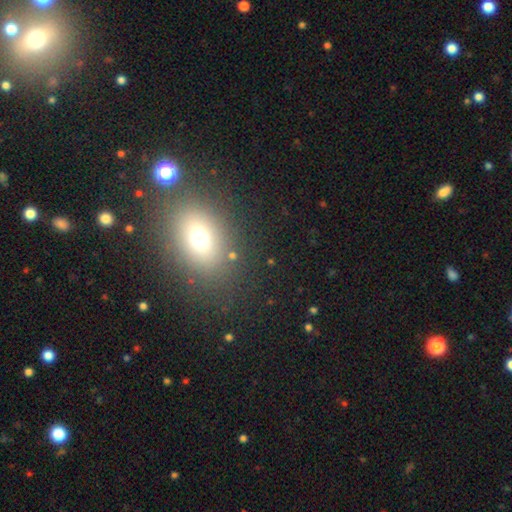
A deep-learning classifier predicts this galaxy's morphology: Overall: smooth (63%; star or artifact 24%). How rounded: in between (70%). Merging: none (83%).